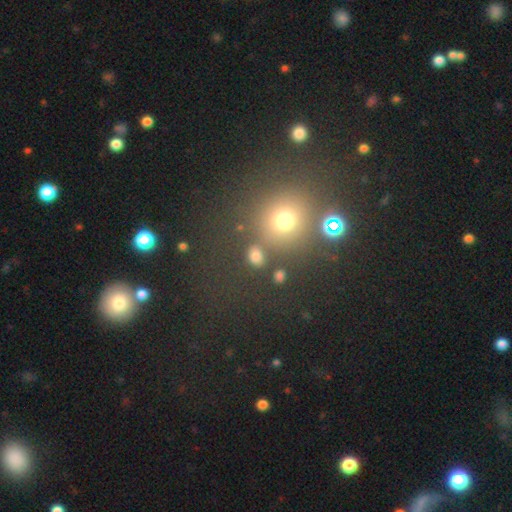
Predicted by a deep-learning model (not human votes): Q: Smooth or featured?
A: smooth (76%); runner-up: star or artifact (18%)
Q: How rounded?
A: in between (54%); runner-up: round (44%)
Q: Merging?
A: none (75%); runner-up: minor disturbance (10%)